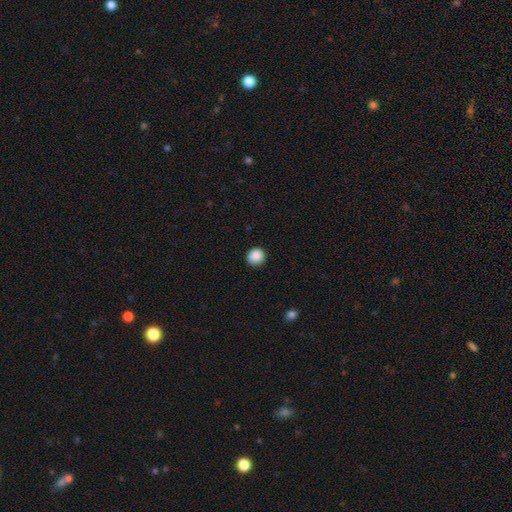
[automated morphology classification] Smooth or featured?
  - smooth: 88% *
  - star or artifact: 9%
  - featured or disk: 3%
How rounded?
  - round: 93% *
  - in between: 6%
  - cigar-shaped: 1%
Merging?
  - none: 91% *
  - minor disturbance: 6%
  - major disturbance: 2%
  - merger: 1%